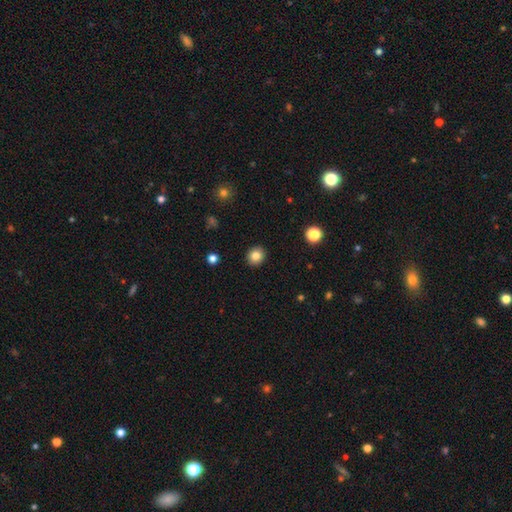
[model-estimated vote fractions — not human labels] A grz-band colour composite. It shows a smooth galaxy with no disk features (83%) that is round (84%). Merging: none (92%).